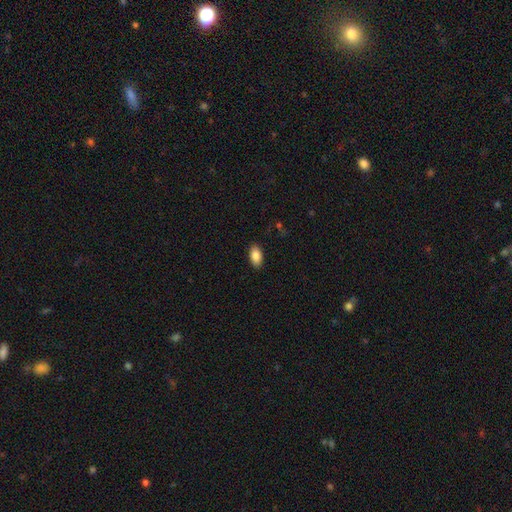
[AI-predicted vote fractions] smooth_or_featured: smooth (p=0.87) [alt: star or artifact p=0.07]
how_rounded: in between (p=0.93) [alt: round p=0.04]
merging: none (p=0.89) [alt: minor disturbance p=0.08]